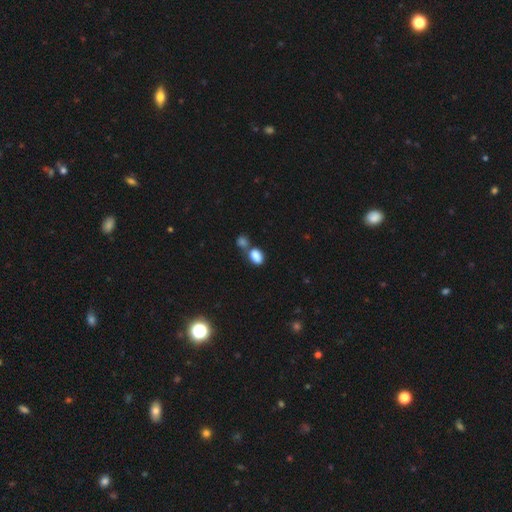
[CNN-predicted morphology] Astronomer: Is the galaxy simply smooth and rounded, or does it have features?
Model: smooth — 85%.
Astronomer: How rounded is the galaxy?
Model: in between — 84%.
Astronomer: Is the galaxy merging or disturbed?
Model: merger — 48% (runner-up: none, 37%).